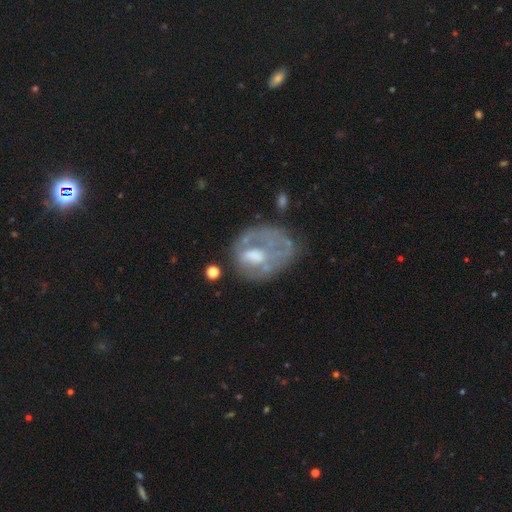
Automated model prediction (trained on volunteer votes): Smooth or featured? featured or disk (58%)
Edge-on disk? no (97%)
Bar? no (75%)
Spiral arms? no (78%)
Bulge size? moderate (43%)
Merging? none (39%)